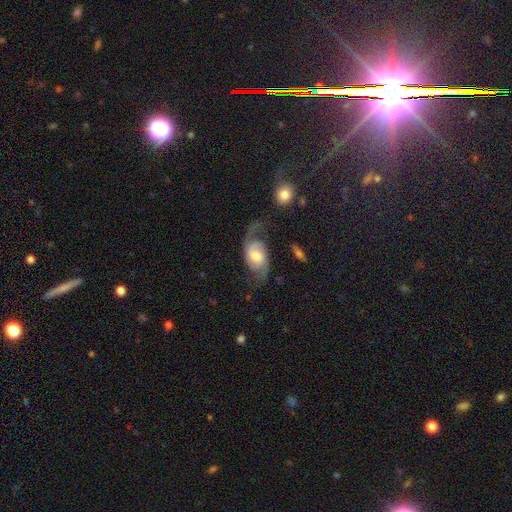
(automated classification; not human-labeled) This appears to be a featured or disk galaxy (75%) with no bar (59%), 2 (83%) loose (52%) spiral arms (93%) and a moderate central bulge (64%). Merging: none (49%).